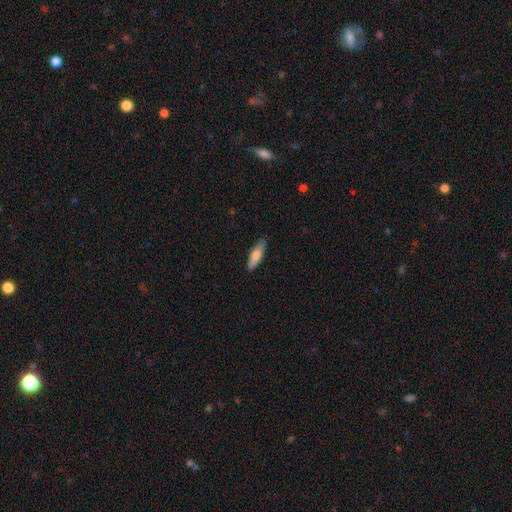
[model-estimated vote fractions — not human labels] Smooth or featured?
  - smooth: 76% *
  - featured or disk: 18%
  - star or artifact: 6%
How rounded?
  - cigar-shaped: 52% *
  - in between: 47%
  - round: 2%
Merging?
  - none: 82% *
  - minor disturbance: 15%
  - major disturbance: 2%
  - merger: 1%